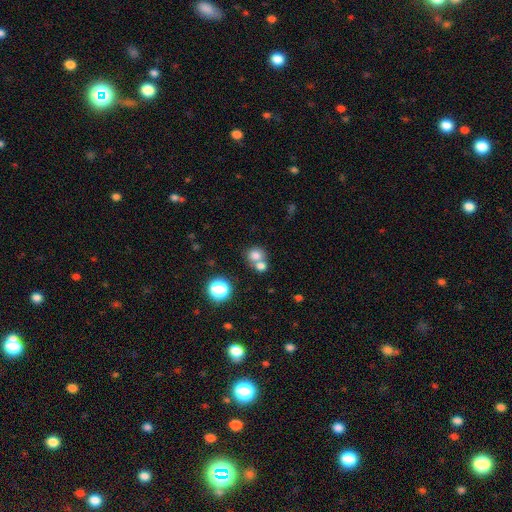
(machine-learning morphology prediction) Smooth or featured? Predicted: smooth (p=0.75). How rounded? Predicted: round (p=0.81). Merging? Predicted: merger (p=0.47).